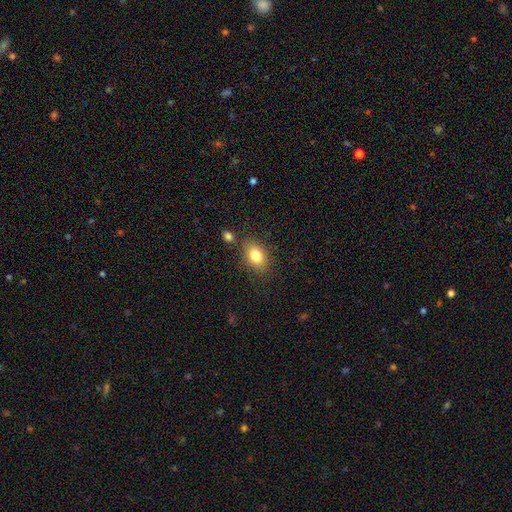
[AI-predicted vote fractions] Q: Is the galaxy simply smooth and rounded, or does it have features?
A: smooth — 82%.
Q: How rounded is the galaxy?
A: in between — 78%.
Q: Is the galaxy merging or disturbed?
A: none — 79%.